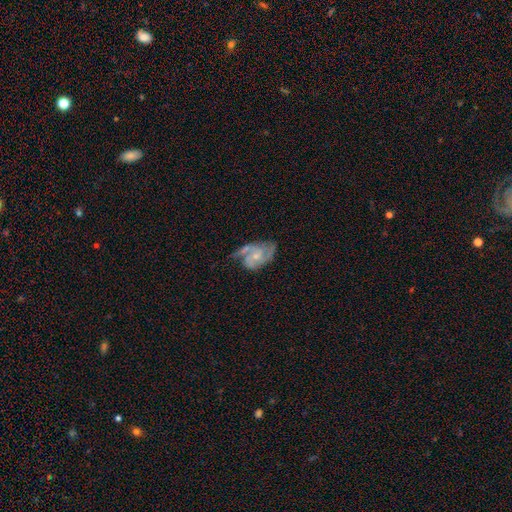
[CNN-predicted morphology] This is clearly a featured or disk galaxy (82%). It is clearly not viewed edge-on (97%). Bar: likely no (65%). Spiral arm pattern: clearly yes (94%). Spiral arm count: likely 2 (64%). Spiral winding: possibly medium (50%). Central bulge: likely small (63%). Merging: possibly none (47%).